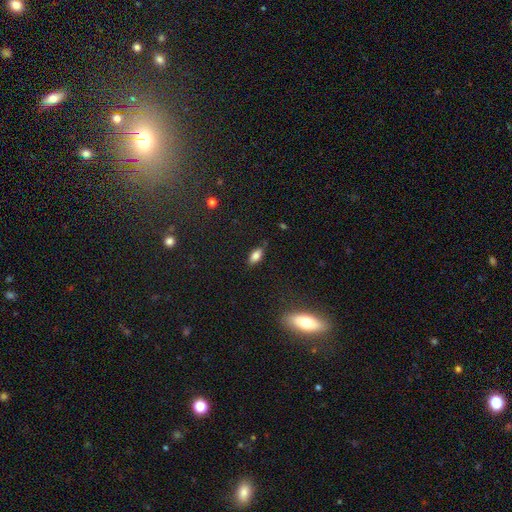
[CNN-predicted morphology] type=smooth (81%); roundness=in between (90%); merging=none (84%).